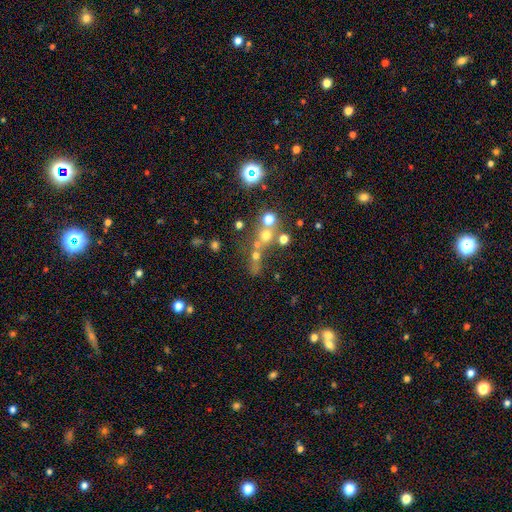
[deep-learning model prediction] smooth-or-featured: smooth: 52% | star or artifact: 28% | featured or disk: 20%
  how-rounded: round: 79% | in between: 18% | cigar-shaped: 3%
  merging: none: 47% | merger: 36% | minor disturbance: 9% | major disturbance: 8%